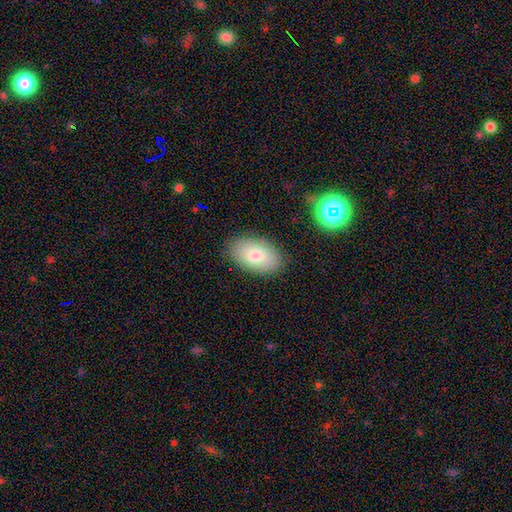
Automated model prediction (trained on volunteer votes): This appears to be a smooth galaxy with no disk features (76%) that is in between round and cigar-shaped (92%). Merging: none (86%).